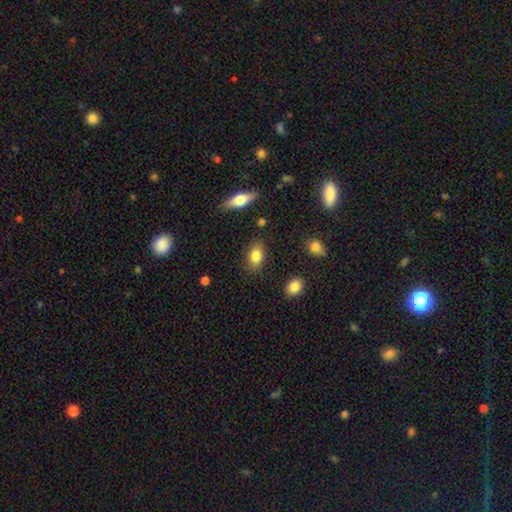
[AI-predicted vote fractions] Smooth or featured?
  - smooth: 83% *
  - featured or disk: 10%
  - star or artifact: 8%
How rounded?
  - in between: 84% *
  - round: 14%
  - cigar-shaped: 3%
Merging?
  - none: 83% *
  - minor disturbance: 12%
  - major disturbance: 3%
  - merger: 2%